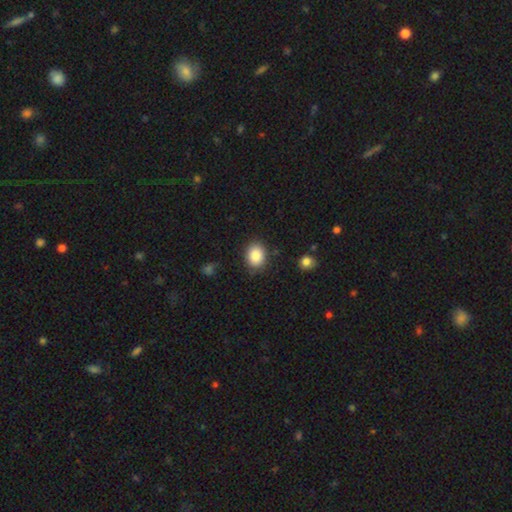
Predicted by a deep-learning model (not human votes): This appears to be a smooth galaxy with no disk features (88%) that is in between round and cigar-shaped (57%). Merging: none (83%).